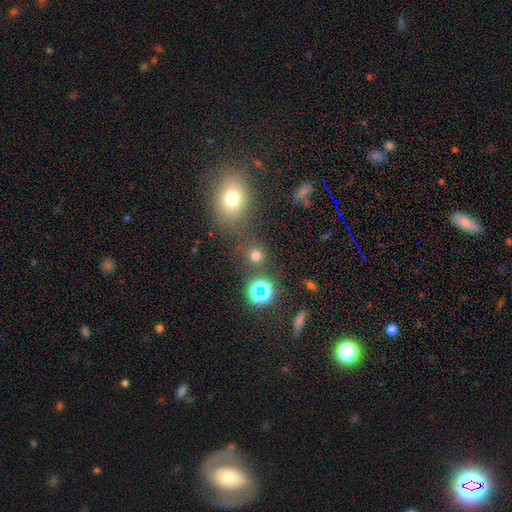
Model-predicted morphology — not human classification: Overall: smooth (68%). How rounded: round (88%). Merging: none (76%).